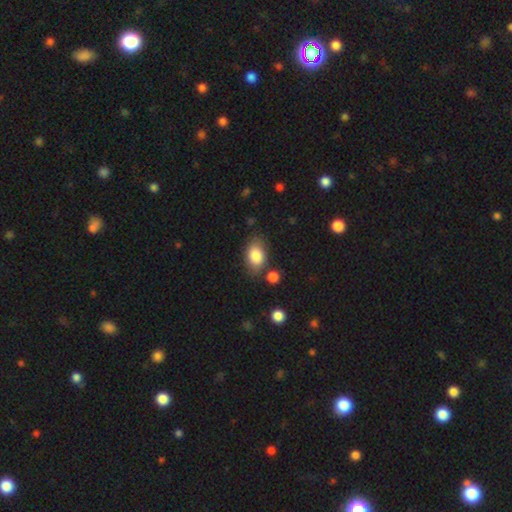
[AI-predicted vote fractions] smooth-or-featured: smooth: 83% | featured or disk: 9% | star or artifact: 7%
  how-rounded: in between: 86% | round: 12% | cigar-shaped: 2%
  merging: none: 73% | minor disturbance: 16% | merger: 6% | major disturbance: 4%